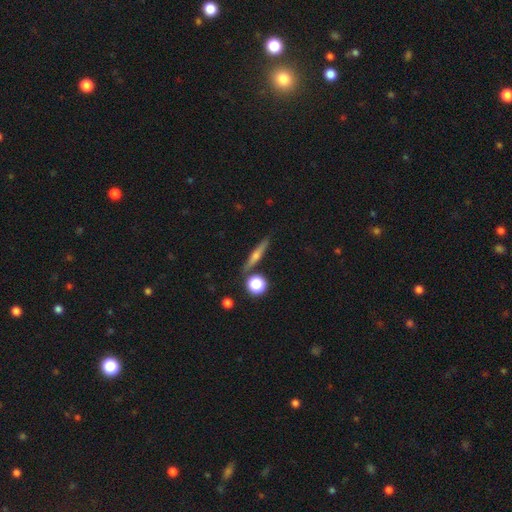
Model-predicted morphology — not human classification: Q: Smooth or featured?
A: featured or disk (56%); runner-up: smooth (35%)
Q: Edge-on disk?
A: yes (95%); runner-up: no (5%)
Q: Edge-on bulge?
A: rounded (86%); runner-up: none (10%)
Q: Merging?
A: none (83%); runner-up: minor disturbance (9%)